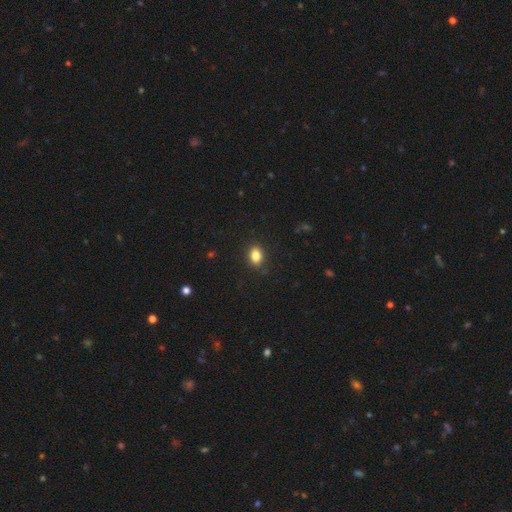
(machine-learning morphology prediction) Q: Smooth or featured?
A: smooth (84%); runner-up: star or artifact (10%)
Q: How rounded?
A: in between (76%); runner-up: round (22%)
Q: Merging?
A: none (87%); runner-up: minor disturbance (9%)